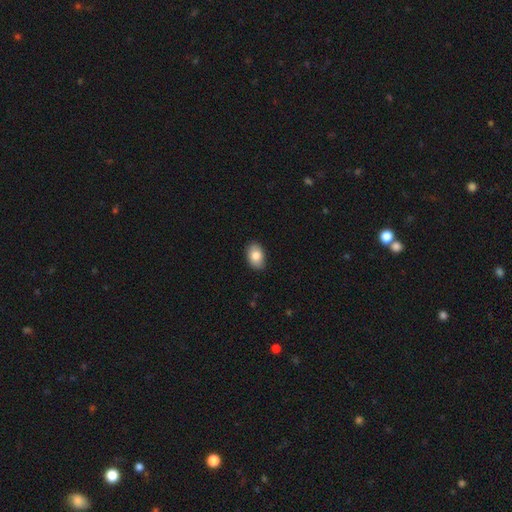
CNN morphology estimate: Smooth or featured?
  - smooth: 82% *
  - featured or disk: 11%
  - star or artifact: 7%
How rounded?
  - in between: 85% *
  - round: 13%
  - cigar-shaped: 1%
Merging?
  - none: 88% *
  - minor disturbance: 9%
  - major disturbance: 2%
  - merger: 1%